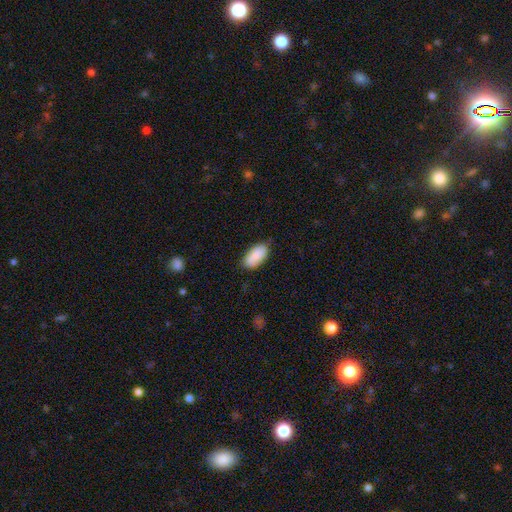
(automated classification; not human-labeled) Overall: smooth (88%). How rounded: in between (93%). Merging: none (77%).